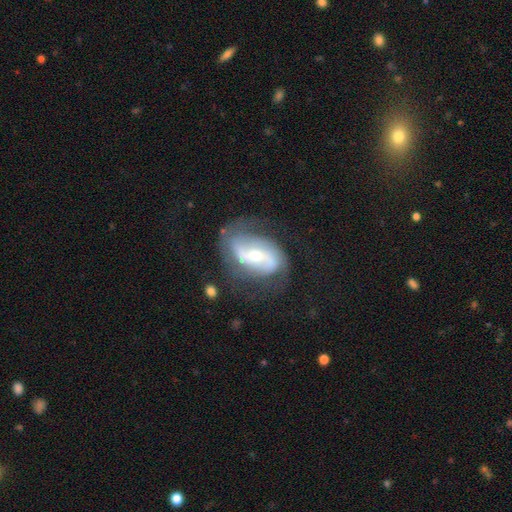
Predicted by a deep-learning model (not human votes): The model was most divided on "spiral winding": loose: 41%, medium: 39%, tight: 20%. Remaining: edge-on disk — no (96%); spiral arms — yes (89%); spiral arm count — 2 (82%); smooth or featured — featured or disk (81%); merging — none (63%); bulge size — moderate (55%); bar — weak (37%).